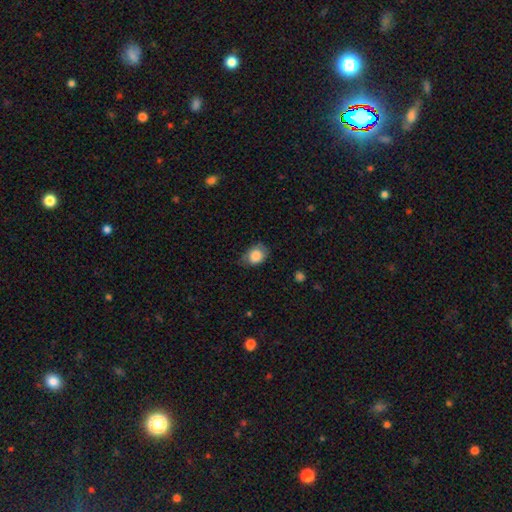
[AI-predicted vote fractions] A smooth galaxy with no disk features (83%) that is in between round and cigar-shaped (61%).

Vote fractions:
- Smooth or featured? smooth: 83% / featured or disk: 9% / star or artifact: 8%
- How rounded? in between: 61% / round: 38% / cigar-shaped: 1%
- Merging? none: 57% / minor disturbance: 33% / major disturbance: 9% / merger: 1%